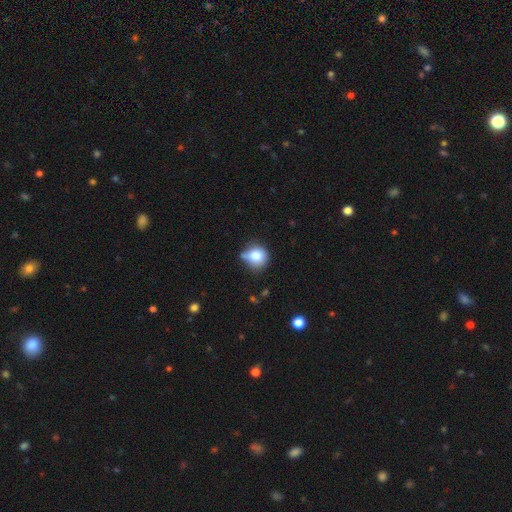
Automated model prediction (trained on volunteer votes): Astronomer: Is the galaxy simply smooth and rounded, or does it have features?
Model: smooth — 79%.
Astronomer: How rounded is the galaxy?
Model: round — 83%.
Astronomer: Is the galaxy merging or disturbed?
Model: none — 50% (runner-up: minor disturbance, 30%).